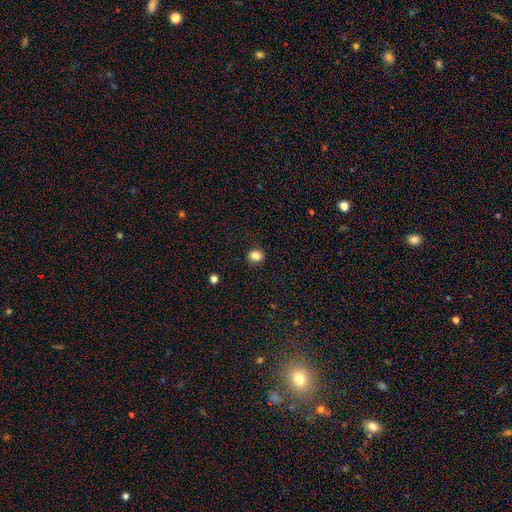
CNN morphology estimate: A smooth galaxy with no disk features (84%) that is round (62%). Merging: none (88%).